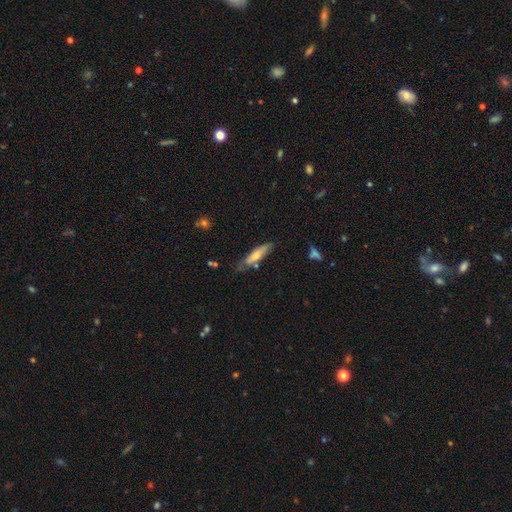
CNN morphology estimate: type=smooth (59%); roundness=cigar-shaped (76%); merging=none (68%).